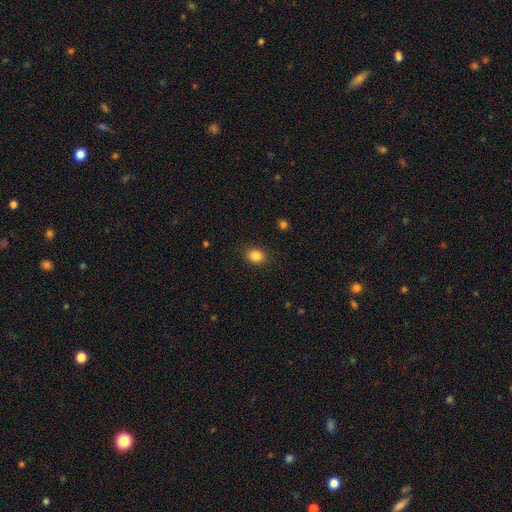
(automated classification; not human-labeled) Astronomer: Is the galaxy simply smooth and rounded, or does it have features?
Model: smooth — 86%.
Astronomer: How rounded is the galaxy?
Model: round — 57% (runner-up: in between, 42%).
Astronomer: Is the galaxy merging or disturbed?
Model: none — 87%.